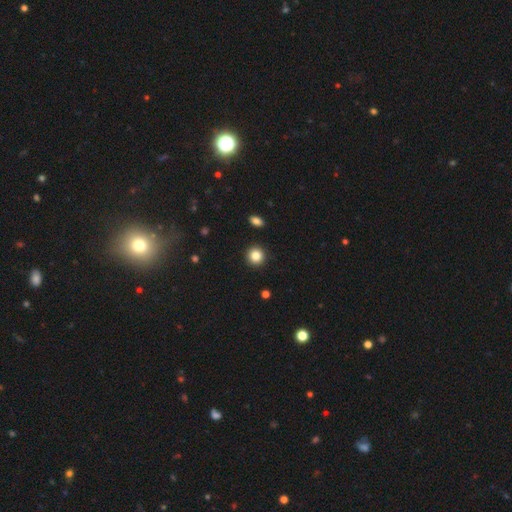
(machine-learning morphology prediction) A smooth galaxy with no disk features (85%) that is round (93%).

Vote fractions:
- Smooth or featured? smooth: 85% / star or artifact: 10% / featured or disk: 5%
- How rounded? round: 93% / in between: 6% / cigar-shaped: 1%
- Merging? none: 92% / minor disturbance: 5% / major disturbance: 2% / merger: 1%